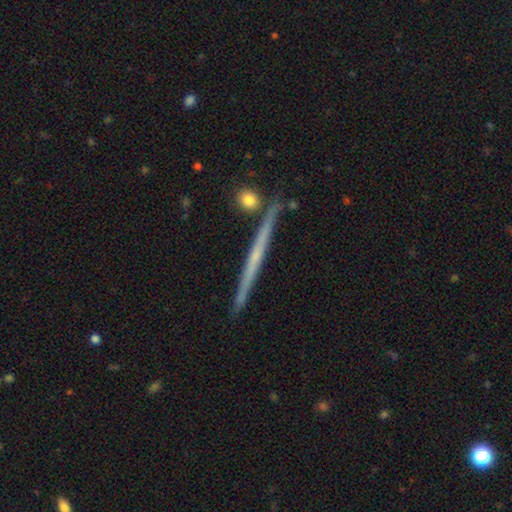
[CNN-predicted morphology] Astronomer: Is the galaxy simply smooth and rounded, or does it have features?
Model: featured or disk — 67%.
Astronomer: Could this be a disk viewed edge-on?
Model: yes — 98%.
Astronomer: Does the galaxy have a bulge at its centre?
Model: none — 75%.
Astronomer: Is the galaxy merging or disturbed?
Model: none — 89%.